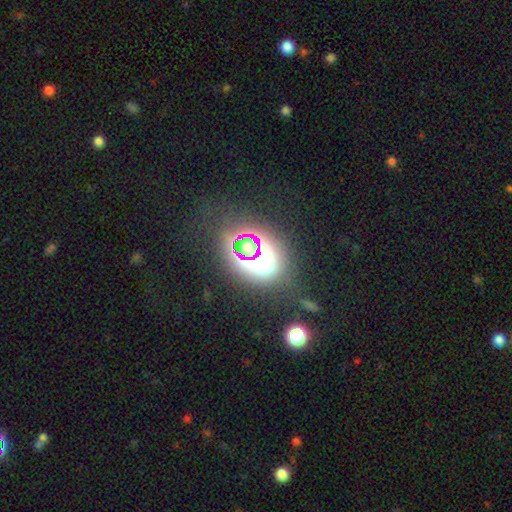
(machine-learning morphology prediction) star or artifact 59%, smooth 30%, featured or disk 12%.